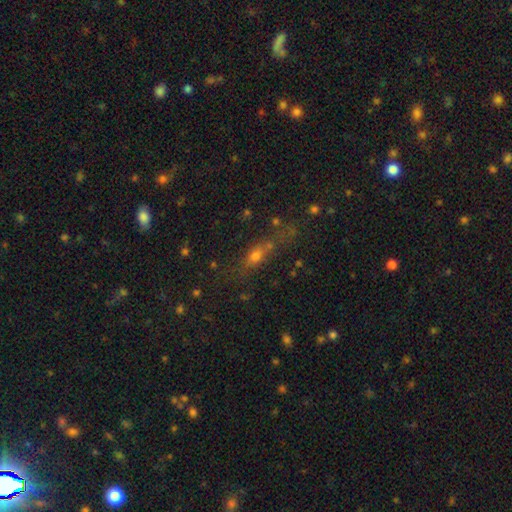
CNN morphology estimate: A smooth galaxy with no disk features (55%) that is in between round and cigar-shaped (43%). Merging: none (52%).